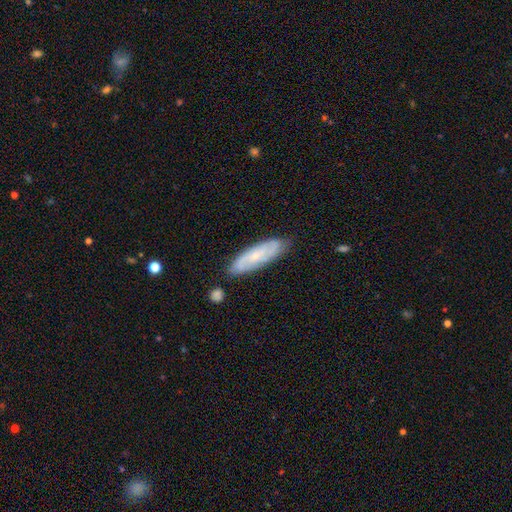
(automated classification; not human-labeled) A featured or disk galaxy (54%). Merging: none (79%).